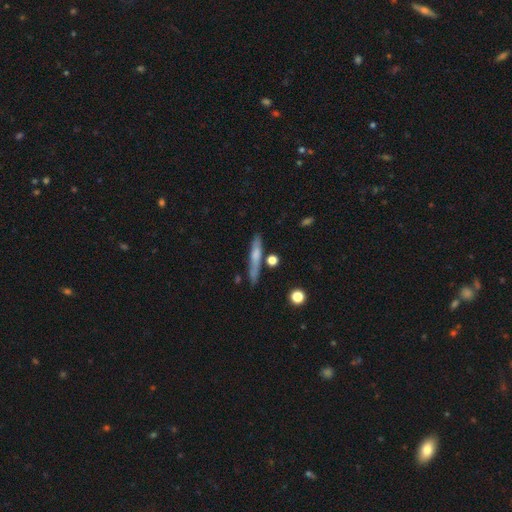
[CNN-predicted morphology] Smooth or featured?
  - smooth: 56% *
  - featured or disk: 36%
  - star or artifact: 8%
How rounded?
  - cigar-shaped: 90% *
  - in between: 7%
  - round: 3%
Merging?
  - none: 77% *
  - minor disturbance: 13%
  - merger: 6%
  - major disturbance: 4%